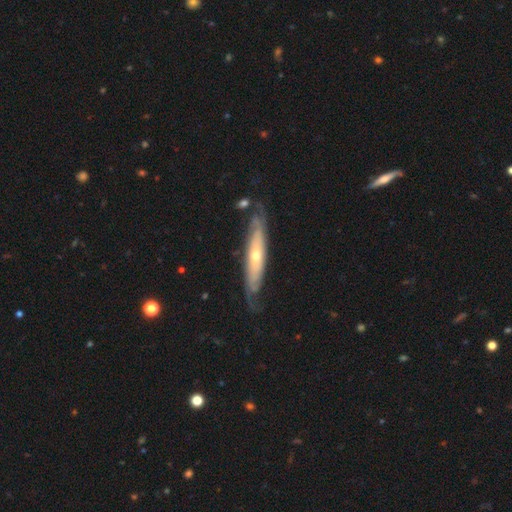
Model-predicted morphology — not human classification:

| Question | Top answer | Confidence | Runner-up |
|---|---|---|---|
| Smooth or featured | featured or disk | 73% | smooth (21%) |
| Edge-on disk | no | 53% | yes (47%) |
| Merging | none | 69% | minor disturbance (20%) |